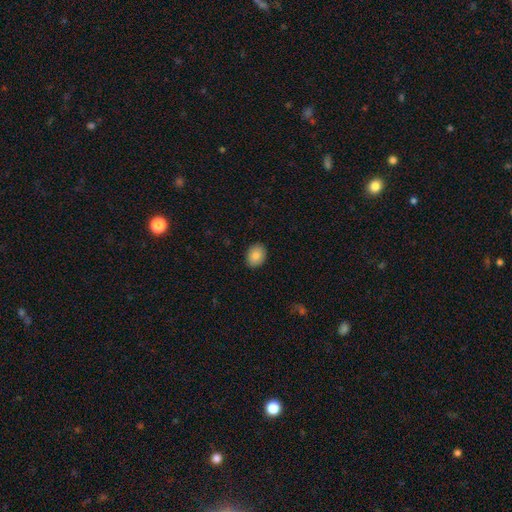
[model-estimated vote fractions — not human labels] A smooth galaxy with no disk features (87%) that is in between round and cigar-shaped (69%).

Vote fractions:
- Smooth or featured? smooth: 87% / star or artifact: 7% / featured or disk: 6%
- How rounded? in between: 69% / round: 30% / cigar-shaped: 1%
- Merging? none: 89% / minor disturbance: 8% / major disturbance: 2% / merger: 1%